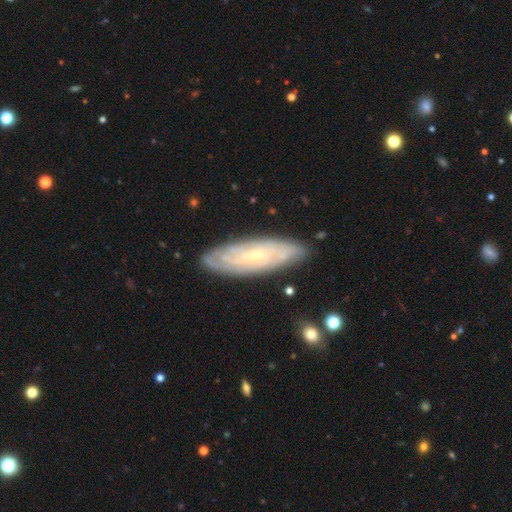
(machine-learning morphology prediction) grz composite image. It shows a featured or disk galaxy (74%) with no bar (55%), tight (75%) spiral arms (89%) and a small central bulge (70%). Merging: none (83%).